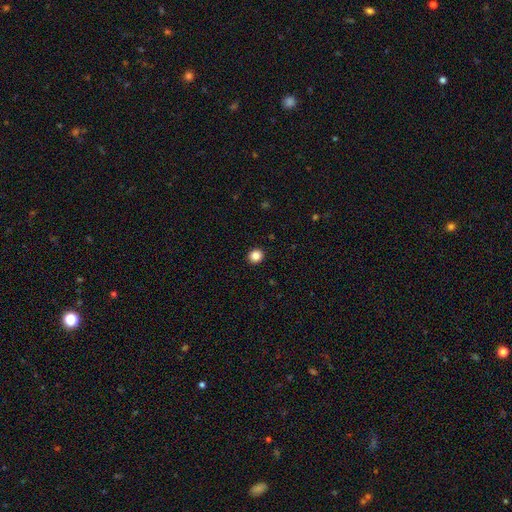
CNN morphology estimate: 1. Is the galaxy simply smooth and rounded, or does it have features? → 85% smooth, 10% star or artifact, 4% featured or disk.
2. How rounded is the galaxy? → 87% round, 12% in between, 1% cigar-shaped.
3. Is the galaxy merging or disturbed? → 93% none, 5% minor disturbance, 2% major disturbance, 1% merger.